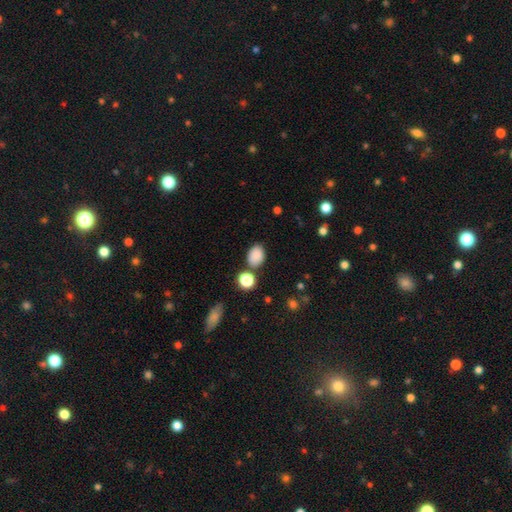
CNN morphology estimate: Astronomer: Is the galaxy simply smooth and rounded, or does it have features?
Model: smooth — 86%.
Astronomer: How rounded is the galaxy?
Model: in between — 75%.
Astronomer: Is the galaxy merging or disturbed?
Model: none — 76%.